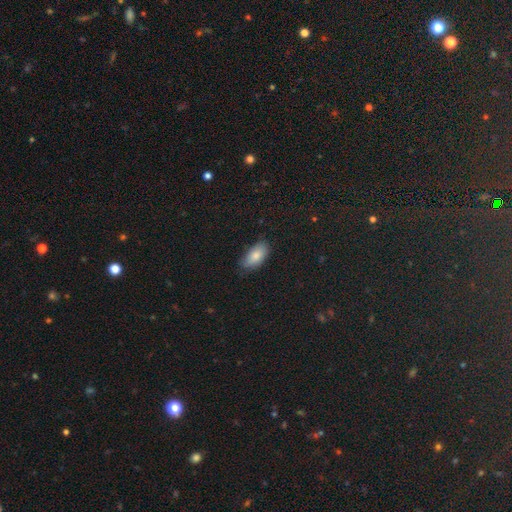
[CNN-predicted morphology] Overall: smooth (83%). How rounded: in between (92%). Merging: none (75%).